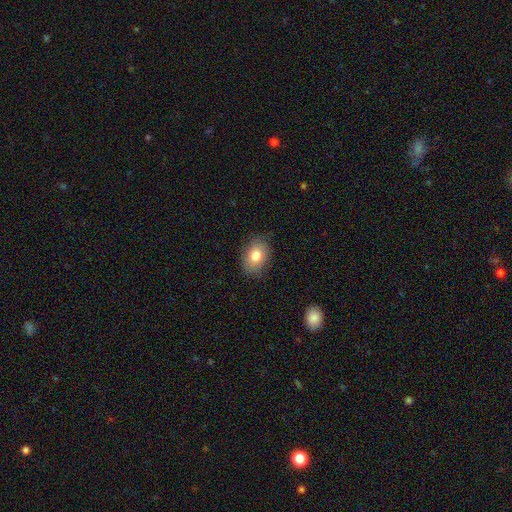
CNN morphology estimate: A smooth galaxy with no disk features (80%) that is in between round and cigar-shaped (76%).

Vote fractions:
- Smooth or featured? smooth: 80% / featured or disk: 12% / star or artifact: 8%
- How rounded? in between: 76% / round: 22% / cigar-shaped: 1%
- Merging? none: 83% / minor disturbance: 13% / major disturbance: 3% / merger: 1%